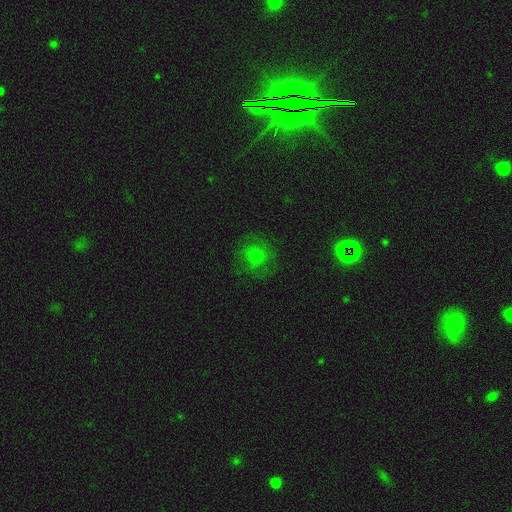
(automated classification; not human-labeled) Q: Smooth or featured?
A: smooth (60%); runner-up: star or artifact (23%)
Q: How rounded?
A: round (87%); runner-up: in between (12%)
Q: Merging?
A: none (77%); runner-up: minor disturbance (14%)